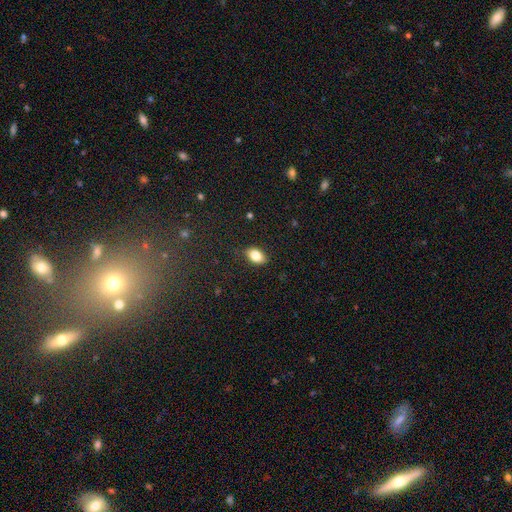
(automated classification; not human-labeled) smooth_or_featured: smooth (p=0.84) [alt: star or artifact p=0.08]
how_rounded: in between (p=0.88) [alt: round p=0.10]
merging: none (p=0.86) [alt: minor disturbance p=0.10]